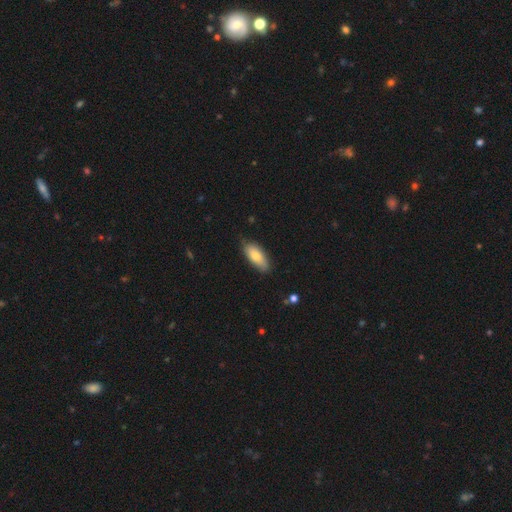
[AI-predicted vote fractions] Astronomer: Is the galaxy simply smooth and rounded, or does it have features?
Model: smooth — 77%.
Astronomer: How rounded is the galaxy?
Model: in between — 82%.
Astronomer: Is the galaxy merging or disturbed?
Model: none — 77%.